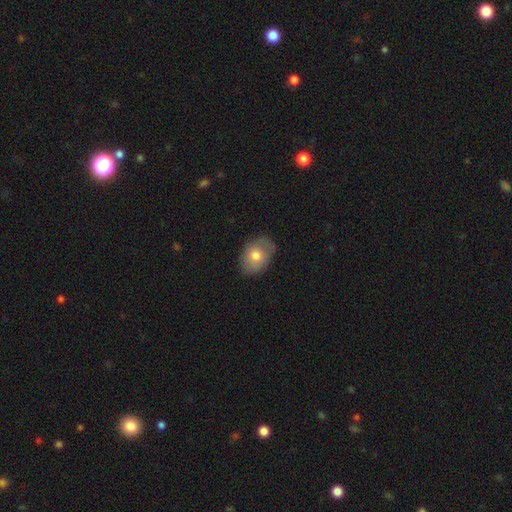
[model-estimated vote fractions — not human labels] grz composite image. It shows a smooth galaxy with no disk features (72%) that is in between round and cigar-shaped (73%). Merging: none (69%).